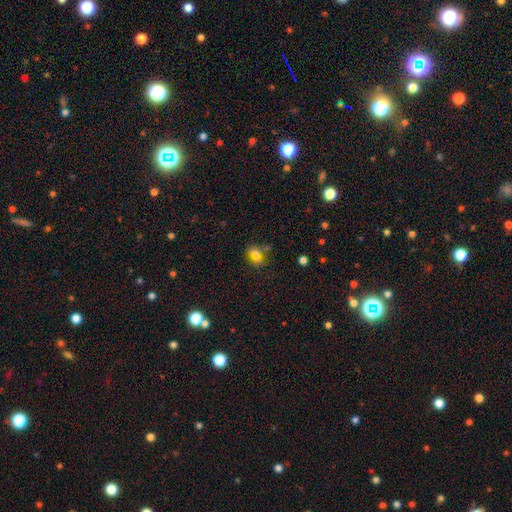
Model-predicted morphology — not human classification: A smooth galaxy with no disk features (57%) that is in between round and cigar-shaped (51%).

Vote fractions:
- Smooth or featured? smooth: 57% / featured or disk: 22% / star or artifact: 21%
- How rounded? in between: 51% / round: 43% / cigar-shaped: 6%
- Merging? none: 65% / minor disturbance: 15% / merger: 14% / major disturbance: 6%